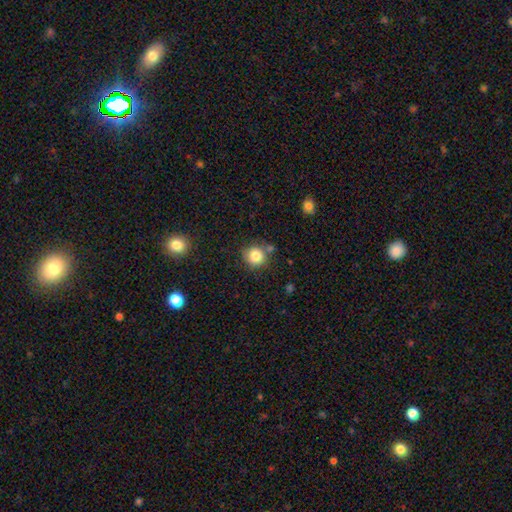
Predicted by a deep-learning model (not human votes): Overall: smooth (83%). How rounded: round (89%). Merging: none (74%).